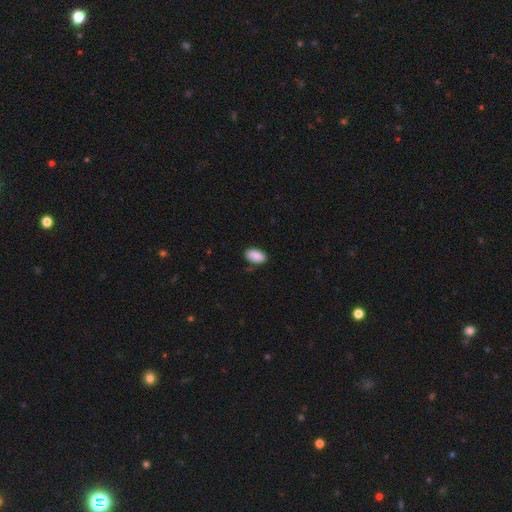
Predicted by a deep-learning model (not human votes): A smooth galaxy with no disk features (89%) that is in between round and cigar-shaped (94%).

Vote fractions:
- Smooth or featured? smooth: 89% / star or artifact: 7% / featured or disk: 4%
- How rounded? in between: 94% / round: 4% / cigar-shaped: 2%
- Merging? none: 83% / minor disturbance: 13% / major disturbance: 2% / merger: 1%